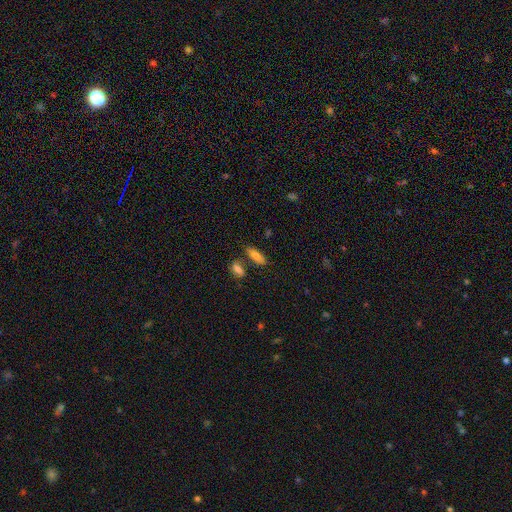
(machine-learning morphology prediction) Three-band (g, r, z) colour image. It shows a smooth galaxy with no disk features (73%) that is in between round and cigar-shaped (71%). Merging: none (65%).